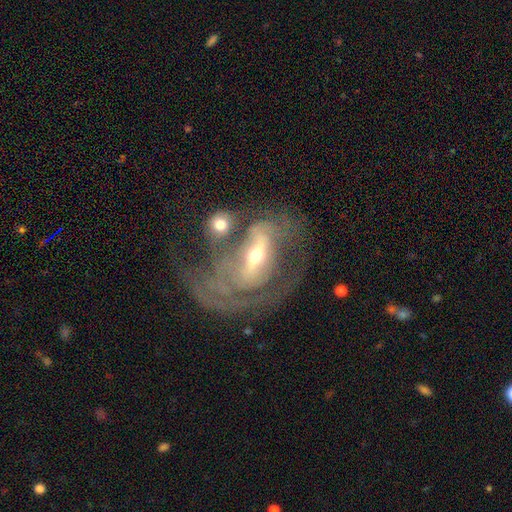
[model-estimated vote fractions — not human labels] Smooth or featured: featured or disk — 80% (smooth — 13%)
Edge-on disk: no — 91% (yes — 9%)
Bar: strong — 41% (weak — 34%)
Spiral arms: yes — 70% (no — 30%)
Spiral winding: tight — 49% (medium — 34%)
Spiral arm count: can't tell — 41% (2 — 35%)
Bulge size: moderate — 51% (small — 43%)
Merging: major disturbance — 34% (none — 29%)